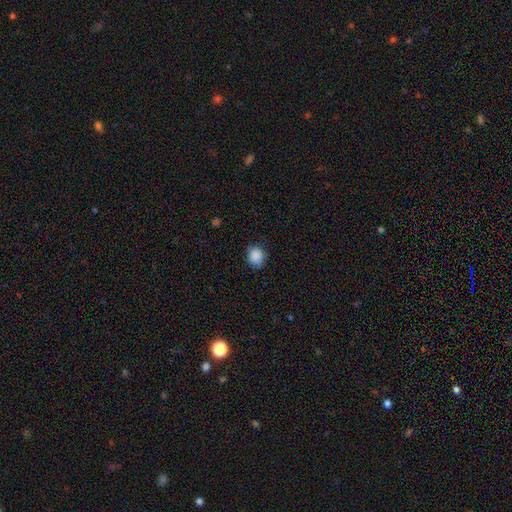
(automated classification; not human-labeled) Morphology: type=smooth (89%); roundness=round (63%); merging=none (81%).